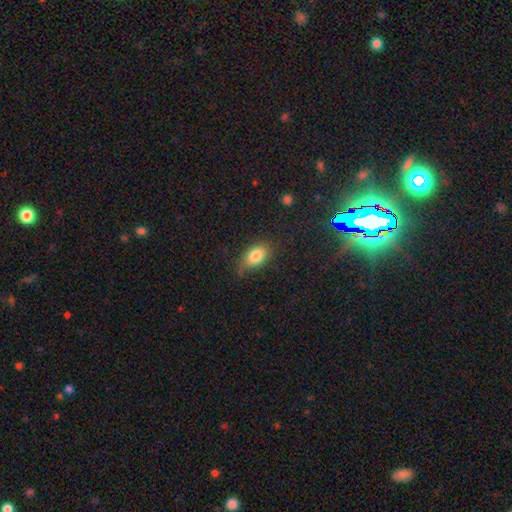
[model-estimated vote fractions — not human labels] smooth-or-featured: smooth: 81% | featured or disk: 10% | star or artifact: 8%
  how-rounded: in between: 88% | round: 8% | cigar-shaped: 4%
  merging: none: 64% | minor disturbance: 27% | major disturbance: 8% | merger: 2%